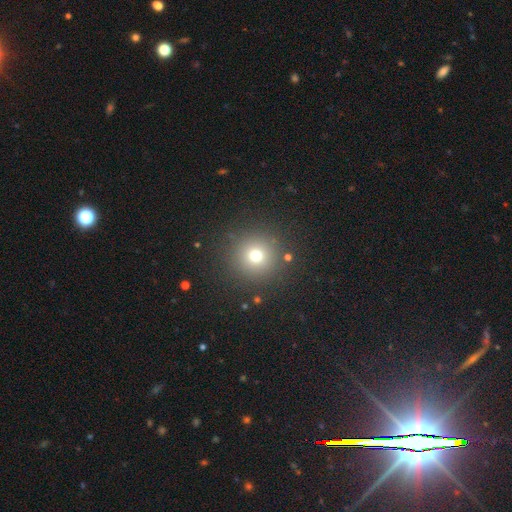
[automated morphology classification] Overall: smooth (71%). How rounded: round (95%). Merging: none (88%).